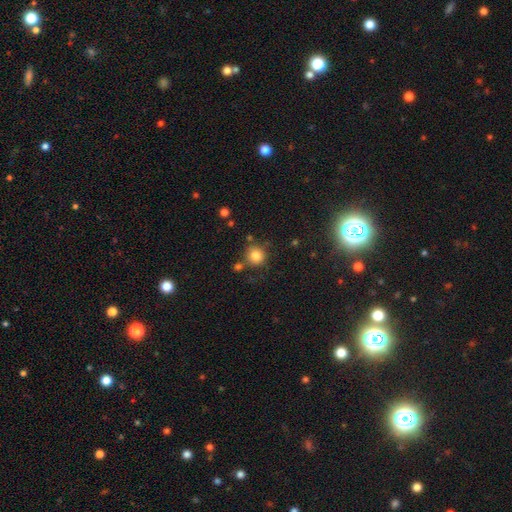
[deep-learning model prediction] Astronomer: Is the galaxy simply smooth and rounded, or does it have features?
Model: smooth — 83%.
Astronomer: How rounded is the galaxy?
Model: round — 90%.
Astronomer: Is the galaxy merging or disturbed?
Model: none — 75%.